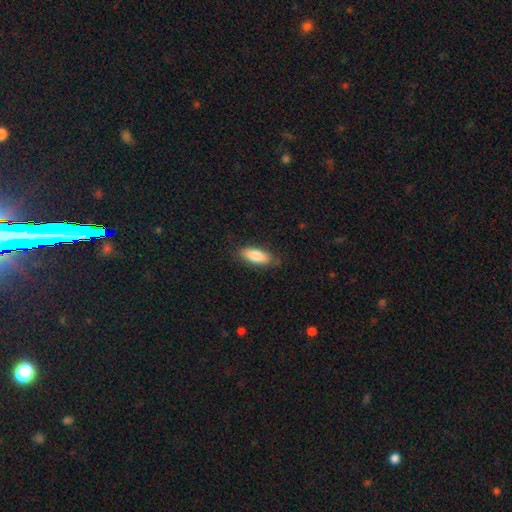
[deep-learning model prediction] Q: Smooth or featured?
A: smooth (83%); runner-up: featured or disk (11%)
Q: How rounded?
A: in between (73%); runner-up: cigar-shaped (25%)
Q: Merging?
A: none (81%); runner-up: minor disturbance (15%)